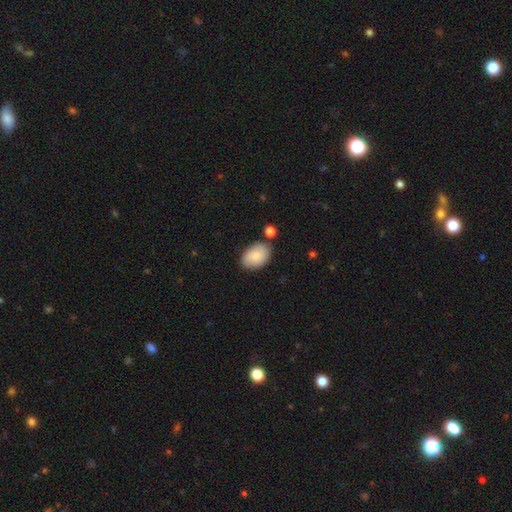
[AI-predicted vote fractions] This is clearly a smooth galaxy (85%). How rounded: clearly in between (91%). Merging: likely none (77%).